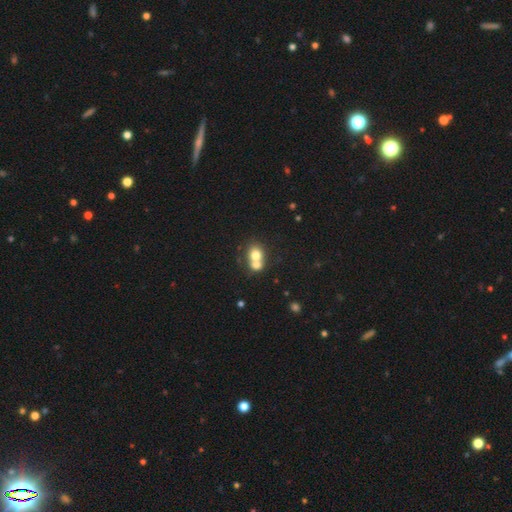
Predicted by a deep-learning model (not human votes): This is likely a smooth galaxy (73%). How rounded: likely round (64%). Merging: likely merger (62%).